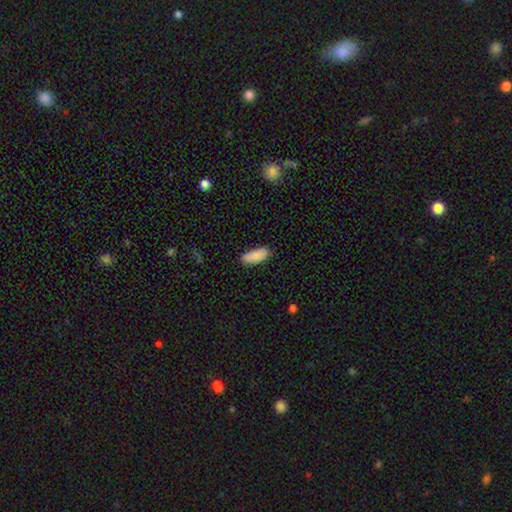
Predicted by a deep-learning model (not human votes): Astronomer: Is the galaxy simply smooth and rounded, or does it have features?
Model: smooth — 89%.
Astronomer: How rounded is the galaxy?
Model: in between — 78%.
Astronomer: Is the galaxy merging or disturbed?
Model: none — 86%.